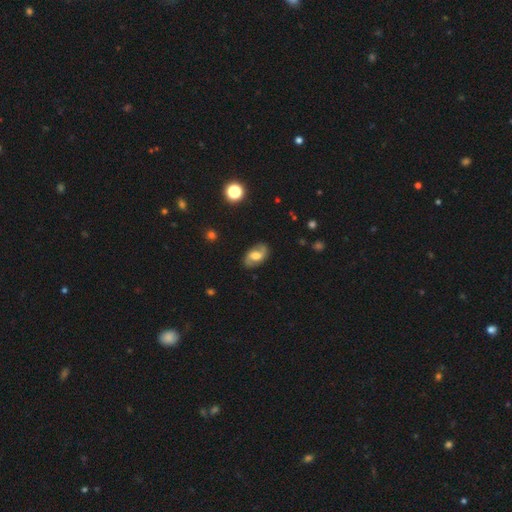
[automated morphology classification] Smooth or featured: featured or disk — 68% (smooth — 25%)
Edge-on disk: no — 96% (yes — 4%)
Bar: weak — 46% (no — 41%)
Spiral arms: yes — 89% (no — 11%)
Spiral winding: medium — 44% (loose — 39%)
Spiral arm count: 2 — 90% (can't tell — 5%)
Bulge size: moderate — 53% (large — 31%)
Merging: none — 82% (minor disturbance — 13%)